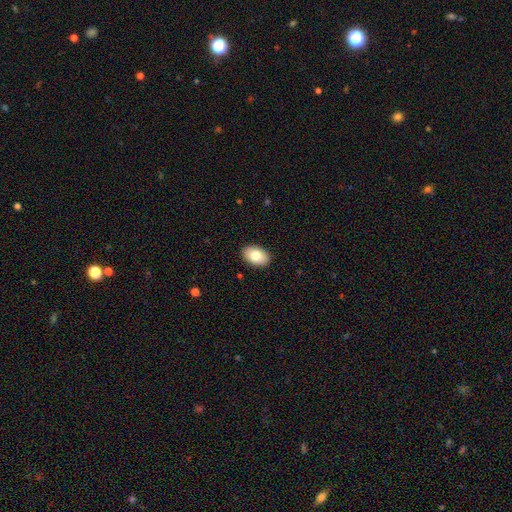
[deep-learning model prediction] The model was most divided on "smooth or featured": smooth: 80%, featured or disk: 13%, star or artifact: 7%. More confident: how rounded — in between (90%); merging — none (90%).